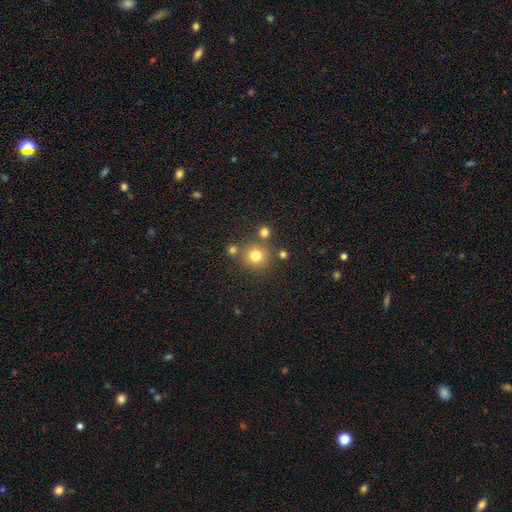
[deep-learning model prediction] A smooth galaxy with no disk features (77%) that is round (91%). Merging: none (77%).